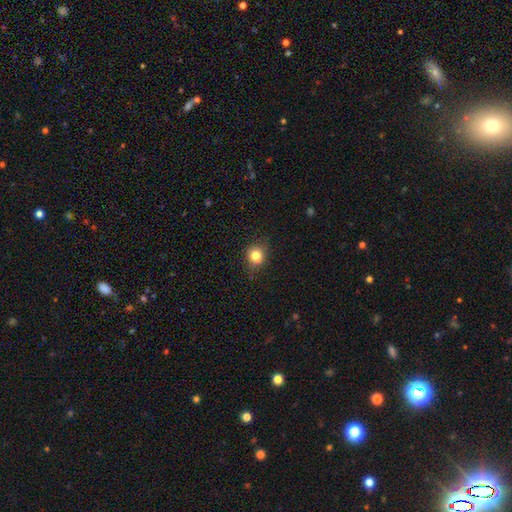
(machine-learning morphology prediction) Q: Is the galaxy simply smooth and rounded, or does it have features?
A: smooth — 80%.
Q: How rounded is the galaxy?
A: round — 76%.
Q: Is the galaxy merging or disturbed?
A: none — 76%.